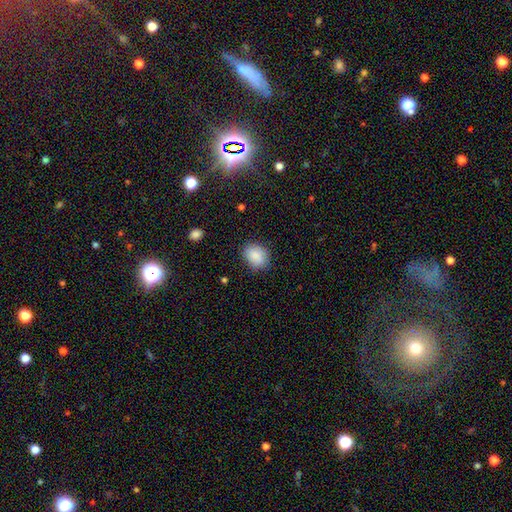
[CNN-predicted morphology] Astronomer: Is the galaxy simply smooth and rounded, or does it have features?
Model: smooth — 88%.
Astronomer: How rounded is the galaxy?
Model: in between — 60% (runner-up: round, 39%).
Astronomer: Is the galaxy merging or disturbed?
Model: none — 80%.